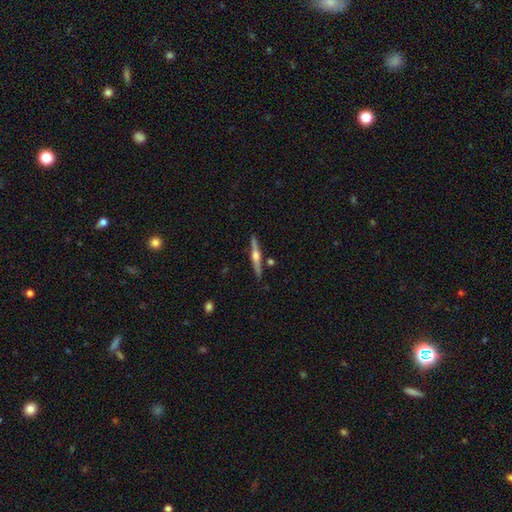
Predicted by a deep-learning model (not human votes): This appears to be a featured or disk galaxy (72%) viewed edge-on (98%) with a rounded central bulge (92%). Merging: none (86%).